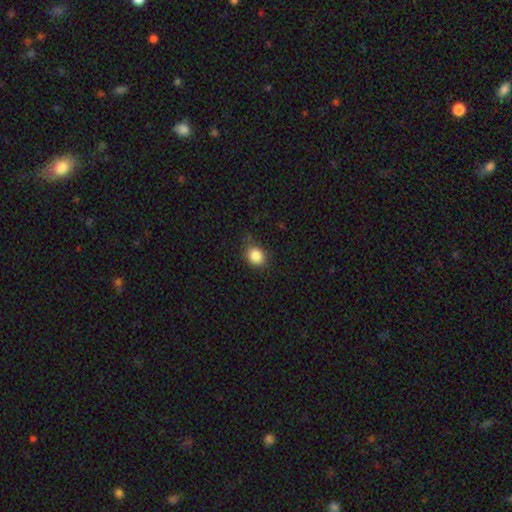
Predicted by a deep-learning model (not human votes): smooth_or_featured: smooth (p=0.85) [alt: star or artifact p=0.10]
how_rounded: round (p=0.69) [alt: in between p=0.30]
merging: none (p=0.75) [alt: minor disturbance p=0.20]